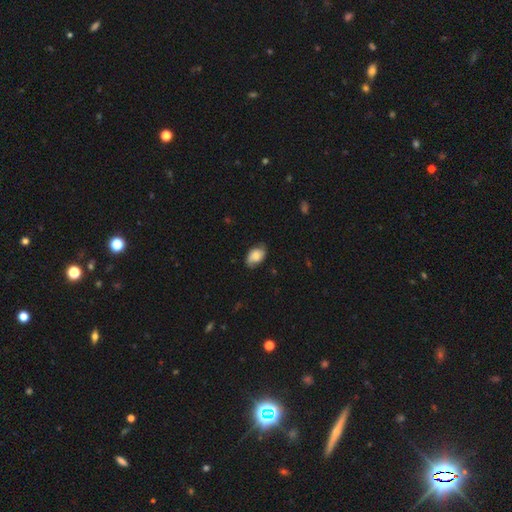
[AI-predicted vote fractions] Smooth or featured? Predicted: smooth (p=0.63). How rounded? Predicted: in between (p=0.87). Merging? Predicted: none (p=0.72).